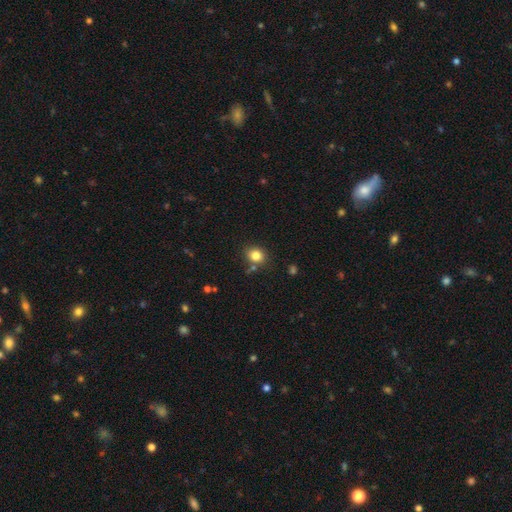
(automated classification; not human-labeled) smooth_or_featured: smooth (p=0.82) [alt: star or artifact p=0.12]
how_rounded: round (p=0.65) [alt: in between p=0.34]
merging: none (p=0.77) [alt: minor disturbance p=0.12]